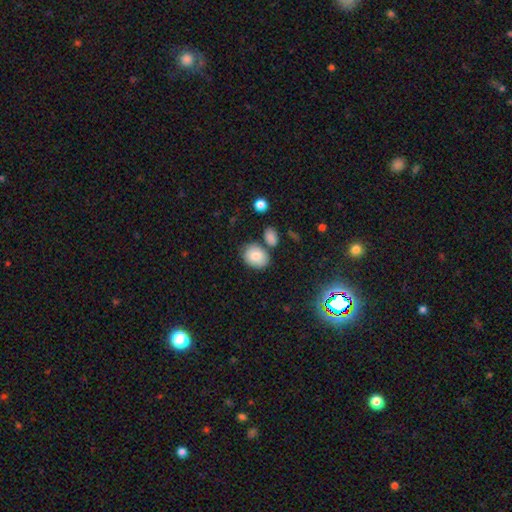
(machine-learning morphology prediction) This appears to be a smooth galaxy with no disk features (81%) that is in between round and cigar-shaped (63%). Merging: none (68%).